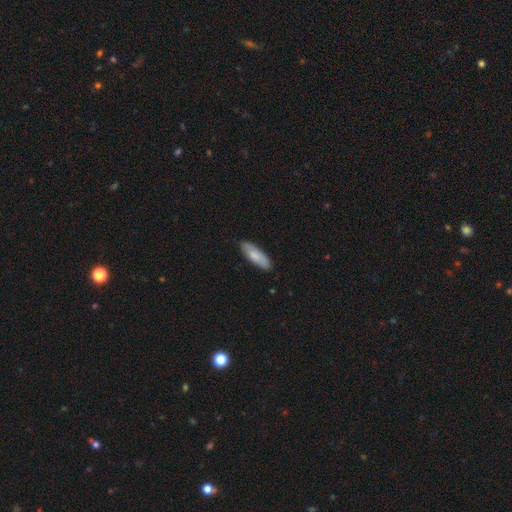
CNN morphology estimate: Smooth or featured? smooth (77%)
How rounded? in between (59%)
Merging? none (85%)